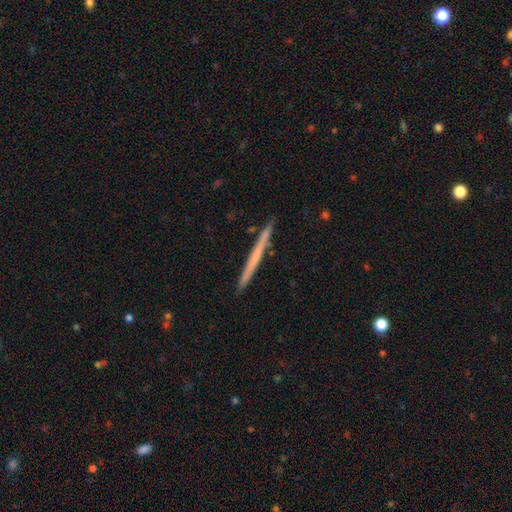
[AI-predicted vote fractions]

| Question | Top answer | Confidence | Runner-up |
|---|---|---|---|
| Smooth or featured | featured or disk | 51% | smooth (43%) |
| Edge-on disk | yes | 98% | no (2%) |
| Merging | none | 92% | minor disturbance (5%) |